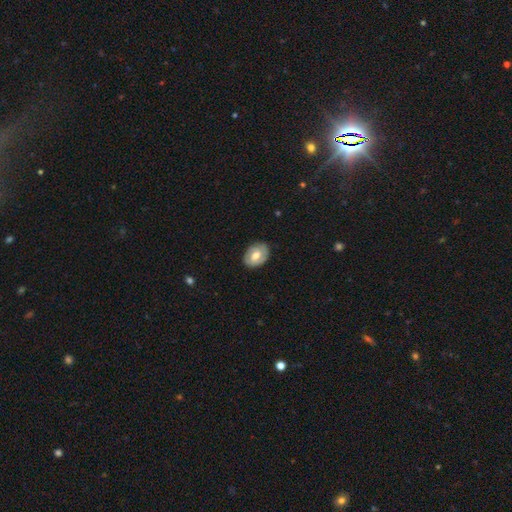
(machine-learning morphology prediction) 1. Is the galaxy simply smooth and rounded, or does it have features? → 51% smooth, 43% featured or disk, 6% star or artifact.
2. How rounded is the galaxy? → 75% in between, 24% round, 1% cigar-shaped.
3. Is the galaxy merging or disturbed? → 81% none, 15% minor disturbance, 3% major disturbance, 1% merger.